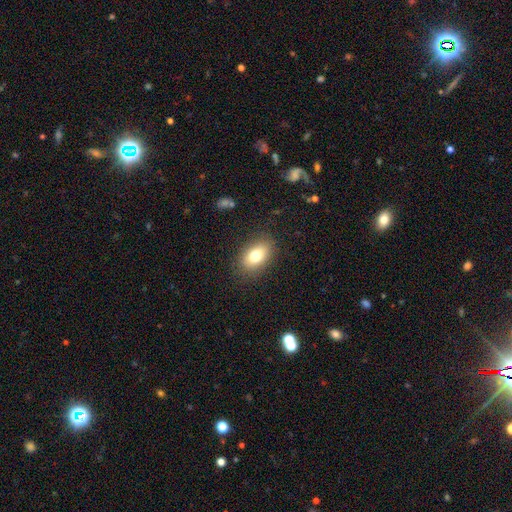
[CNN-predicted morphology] Smooth or featured?
  - smooth: 77% *
  - featured or disk: 14%
  - star or artifact: 9%
How rounded?
  - in between: 85% *
  - round: 13%
  - cigar-shaped: 2%
Merging?
  - none: 85% *
  - minor disturbance: 10%
  - major disturbance: 3%
  - merger: 1%